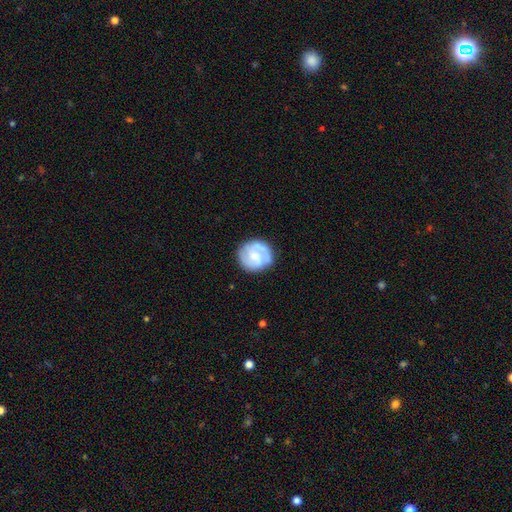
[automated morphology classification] type=featured or disk (60%); edge-on=no (98%); bar=no (48%); spiral arms=yes (84%); bulge=small (35%); merging=none (78%).